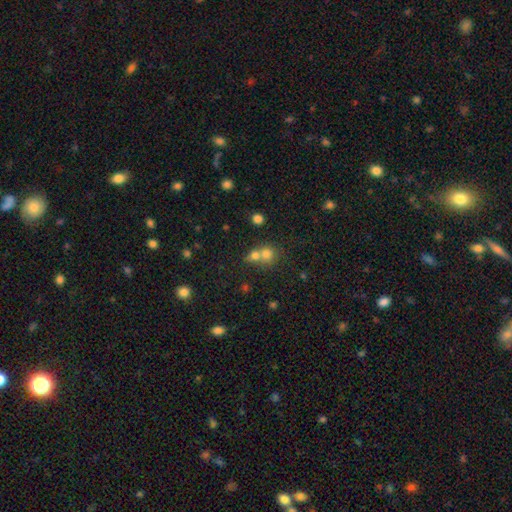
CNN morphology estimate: Overall: smooth (73%). How rounded: round (77%). Merging: merger (56%; none 35%).